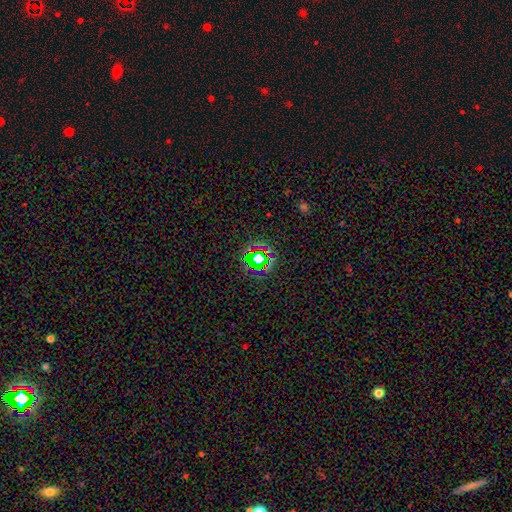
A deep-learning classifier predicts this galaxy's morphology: star or artifact 69%, smooth 20%, featured or disk 11%.